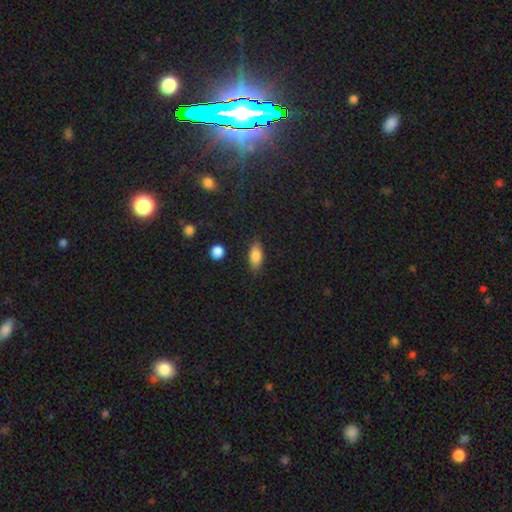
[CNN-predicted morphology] type=smooth (82%); roundness=in between (85%); merging=none (85%).